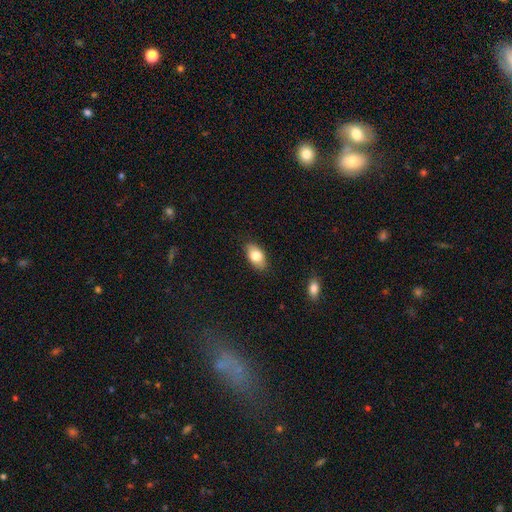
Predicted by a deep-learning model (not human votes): Morphology: type=smooth (81%); roundness=in between (91%); merging=none (86%).